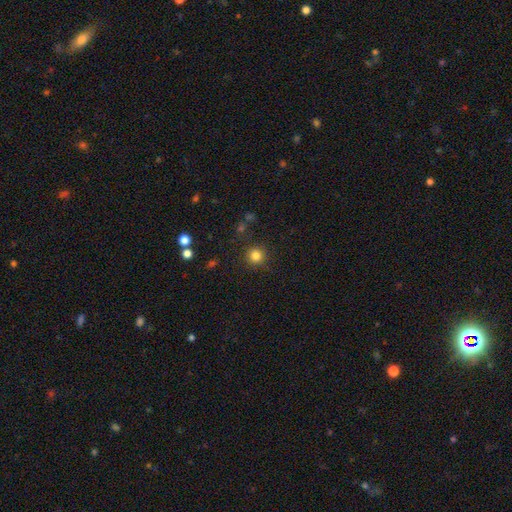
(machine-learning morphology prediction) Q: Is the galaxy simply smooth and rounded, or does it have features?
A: smooth — 82%.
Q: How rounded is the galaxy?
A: round — 95%.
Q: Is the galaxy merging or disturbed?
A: none — 89%.